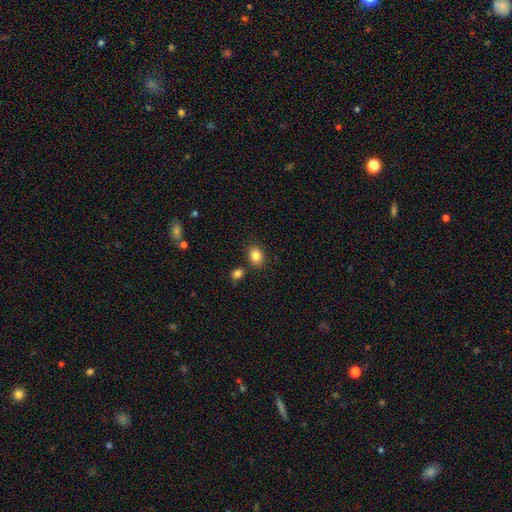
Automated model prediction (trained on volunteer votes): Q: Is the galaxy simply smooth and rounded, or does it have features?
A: smooth — 85%.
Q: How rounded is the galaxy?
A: in between — 59%.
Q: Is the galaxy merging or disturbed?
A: none — 81%.